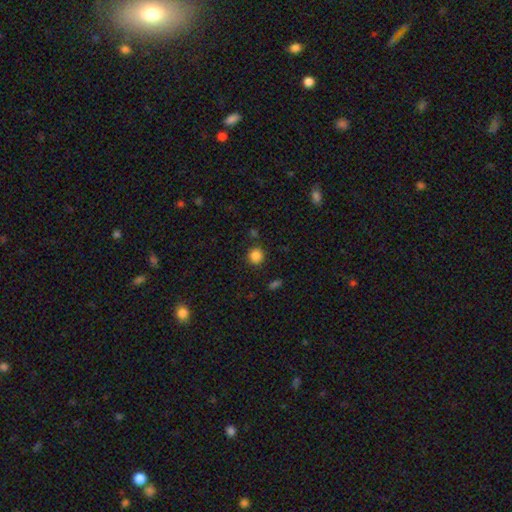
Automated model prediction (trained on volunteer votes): smooth-or-featured: smooth: 85% | star or artifact: 11% | featured or disk: 3%
  how-rounded: round: 91% | in between: 9% | cigar-shaped: 1%
  merging: none: 85% | minor disturbance: 8% | merger: 3% | major disturbance: 3%